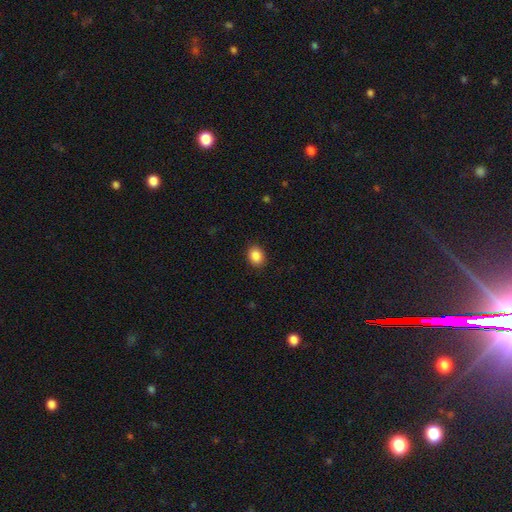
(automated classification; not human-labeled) A smooth galaxy with no disk features (88%) that is in between round and cigar-shaped (61%). Merging: none (89%).